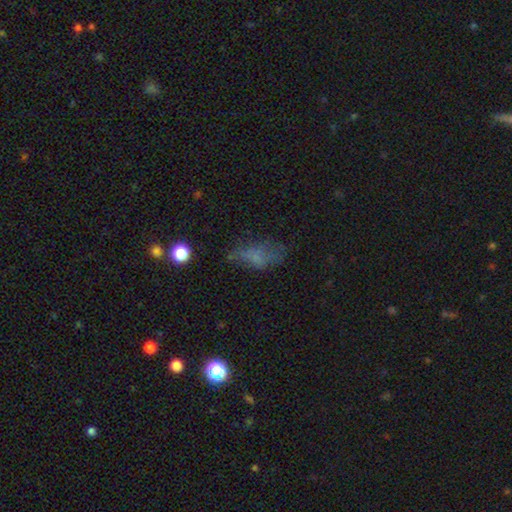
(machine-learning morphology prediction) A smooth galaxy with no disk features (52%) that is in between round and cigar-shaped (80%). Merging: none (47%).